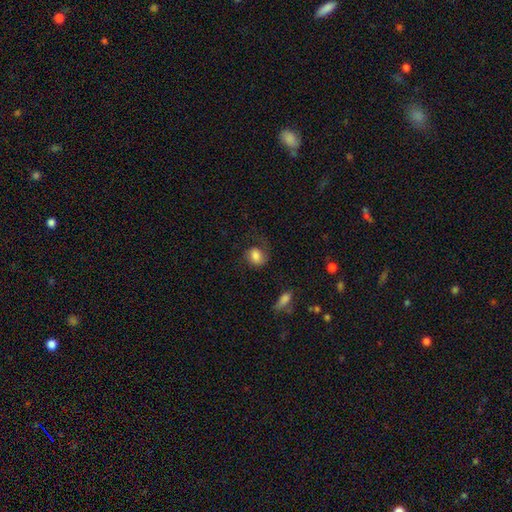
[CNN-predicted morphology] smooth 72%, featured or disk 19%, star or artifact 9%. Down the decision tree: how rounded — in between (50%); merging — none (52%).